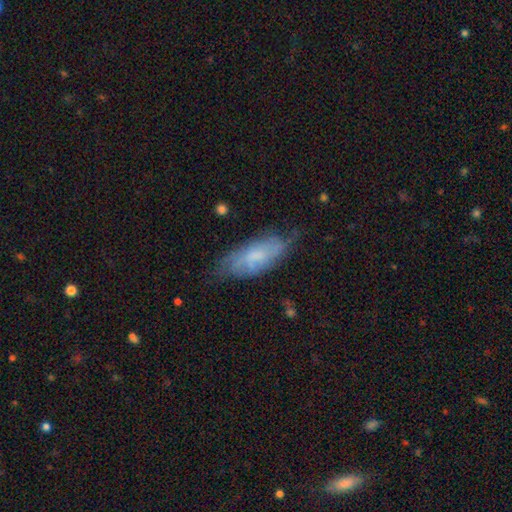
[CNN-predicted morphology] A smooth galaxy with no disk features (48%). Merging: none (62%).